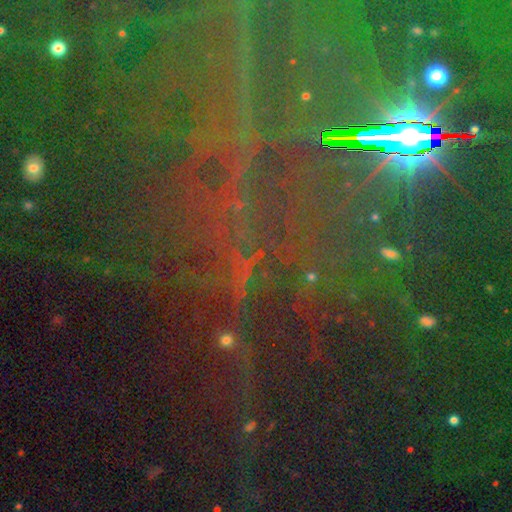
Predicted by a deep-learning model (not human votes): star or artifact 83%, featured or disk 9%, smooth 8%.